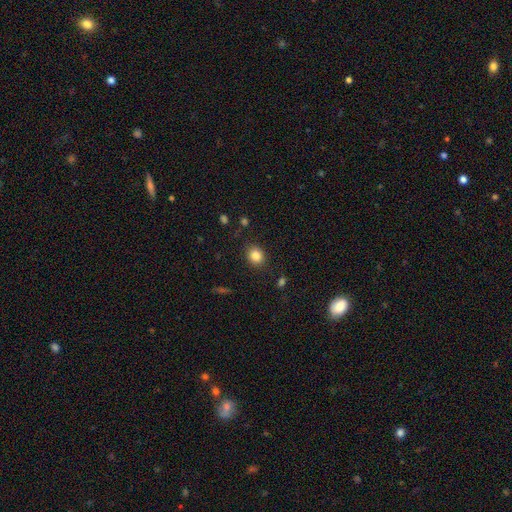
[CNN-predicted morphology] Overall: smooth (83%). How rounded: round (71%). Merging: none (87%).